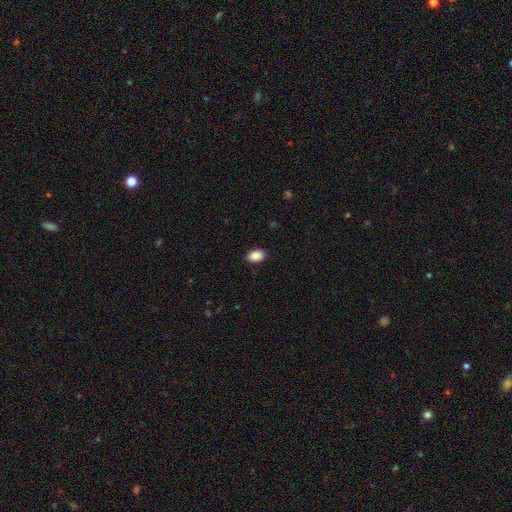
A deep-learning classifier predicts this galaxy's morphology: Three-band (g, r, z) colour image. It shows a smooth galaxy with no disk features (90%) that is in between round and cigar-shaped (88%). Merging: none (89%).